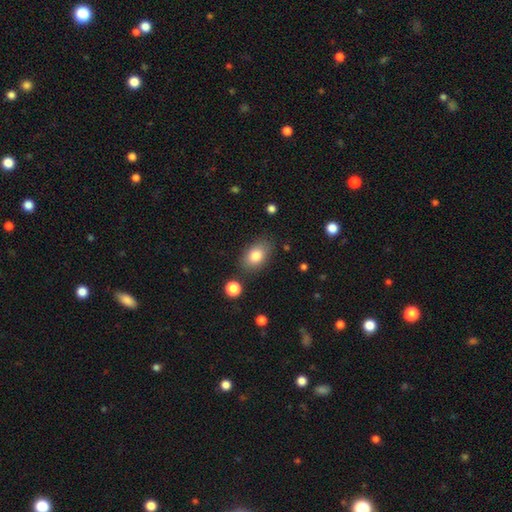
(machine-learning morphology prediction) smooth-or-featured: smooth: 82% | featured or disk: 10% | star or artifact: 8%
  how-rounded: in between: 84% | round: 15% | cigar-shaped: 1%
  merging: none: 80% | minor disturbance: 13% | major disturbance: 4% | merger: 3%